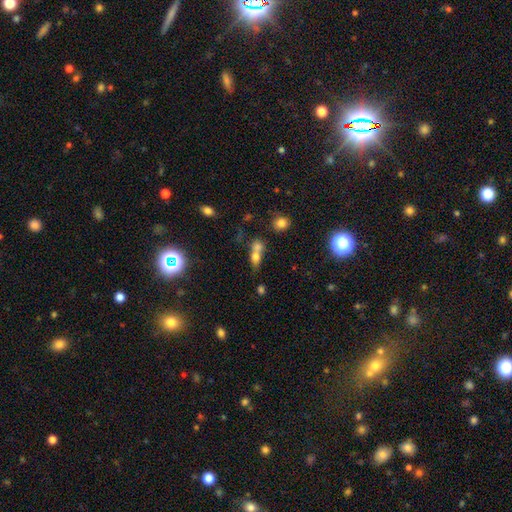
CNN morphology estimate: The model was most divided on "how rounded": in between: 54%, round: 34%, cigar-shaped: 12%. More confident: smooth or featured — smooth (62%); merging — merger (59%).